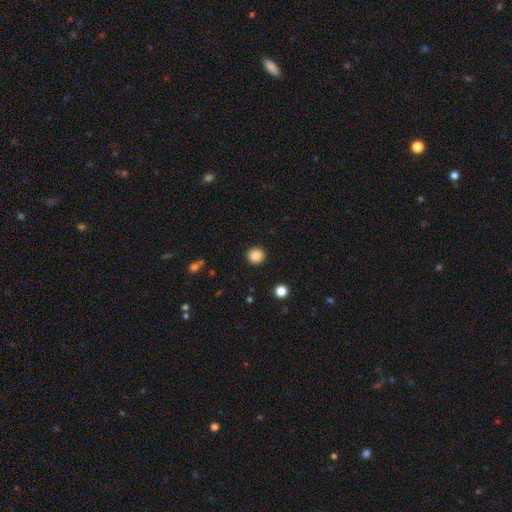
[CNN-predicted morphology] Smooth or featured: smooth — 87% (star or artifact — 10%)
How rounded: round — 91% (in between — 8%)
Merging: none — 92% (minor disturbance — 5%)